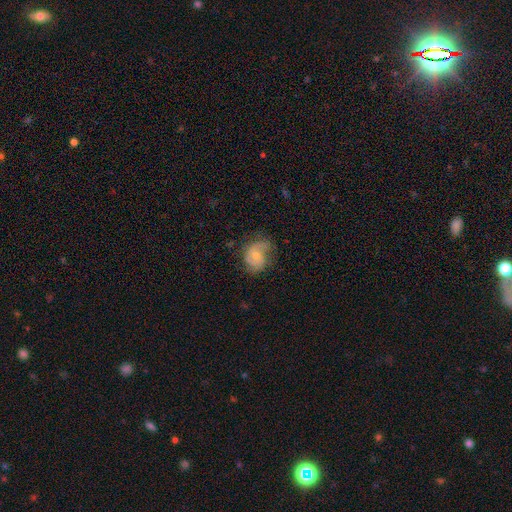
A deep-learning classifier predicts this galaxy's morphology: Smooth or featured: featured or disk — 66% (smooth — 26%)
Edge-on disk: no — 97% (yes — 3%)
Bar: no — 60% (weak — 35%)
Spiral arms: yes — 89% (no — 11%)
Spiral winding: medium — 47% (loose — 28%)
Spiral arm count: 2 — 71% (can't tell — 13%)
Bulge size: small — 47% (moderate — 46%)
Merging: none — 58% (minor disturbance — 26%)